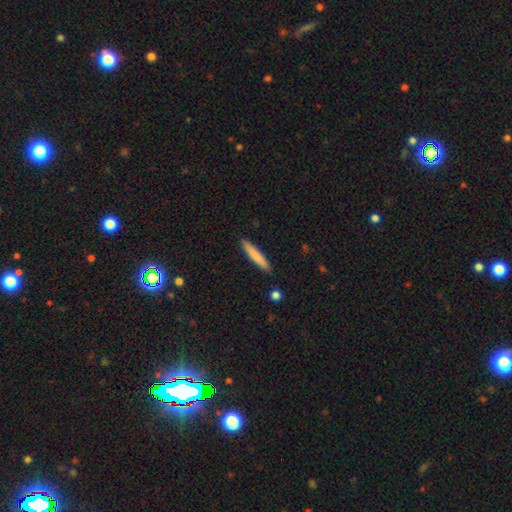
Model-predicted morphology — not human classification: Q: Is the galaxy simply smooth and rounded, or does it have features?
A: smooth — 78%.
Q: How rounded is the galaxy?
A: cigar-shaped — 93%.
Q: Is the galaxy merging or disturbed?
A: none — 90%.